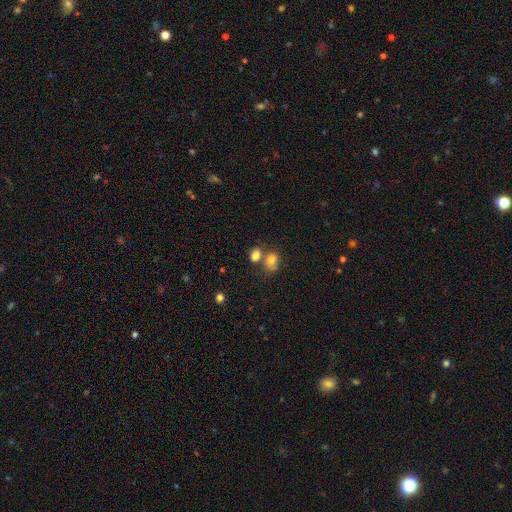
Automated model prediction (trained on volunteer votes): smooth 79%, star or artifact 12%, featured or disk 9%. Down the decision tree: how rounded — in between (68%); merging — merger (45%).